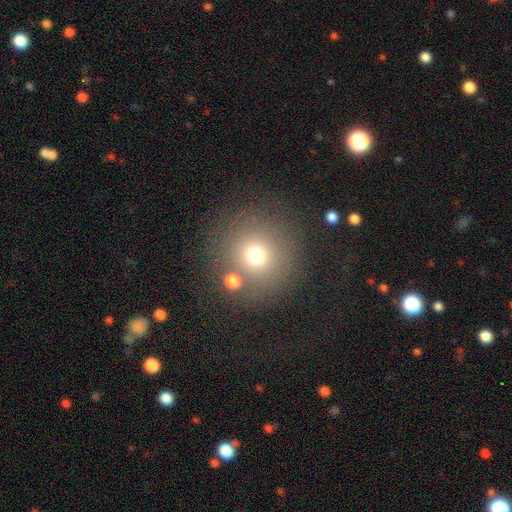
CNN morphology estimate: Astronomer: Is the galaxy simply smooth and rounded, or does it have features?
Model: smooth — 70%.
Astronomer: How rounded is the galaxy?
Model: round — 94%.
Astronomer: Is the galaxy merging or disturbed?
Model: none — 78%.